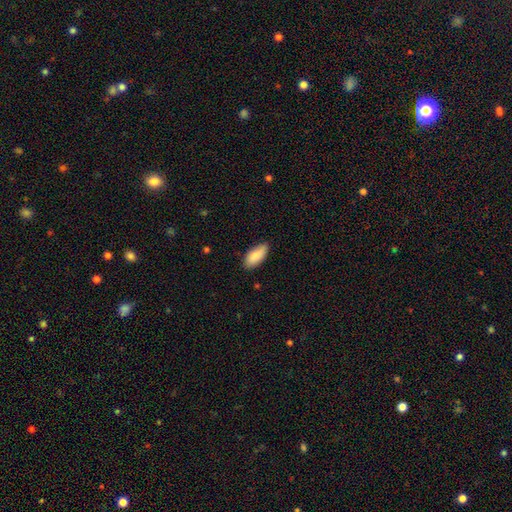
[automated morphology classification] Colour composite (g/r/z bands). It shows a smooth galaxy with no disk features (86%) that is in between round and cigar-shaped (89%). Merging: none (83%).